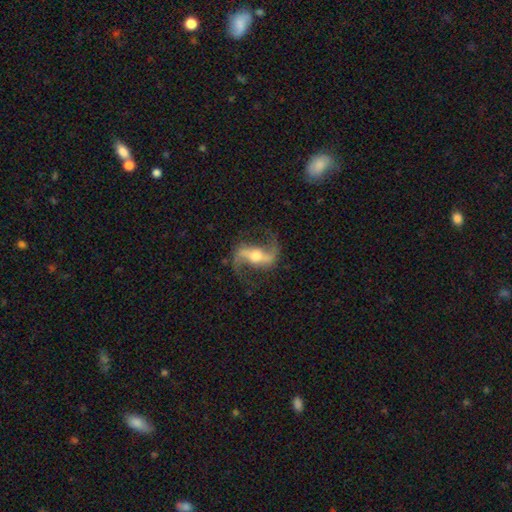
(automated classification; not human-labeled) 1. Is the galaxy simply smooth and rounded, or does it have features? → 90% featured or disk, 5% smooth, 5% star or artifact.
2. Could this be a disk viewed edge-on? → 94% no, 6% yes.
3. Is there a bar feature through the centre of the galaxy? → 51% strong, 30% weak, 18% no.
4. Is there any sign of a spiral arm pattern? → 97% yes, 3% no.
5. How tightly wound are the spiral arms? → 64% loose, 30% medium, 6% tight.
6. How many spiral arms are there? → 94% 2, 2% 1, 2% can't tell, 1% 3, 1% 4, 1% more than 4.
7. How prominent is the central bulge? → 65% moderate, 23% small, 9% large, 2% none, 1% dominant.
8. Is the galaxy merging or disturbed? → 81% none, 11% minor disturbance, 7% major disturbance, 1% merger.